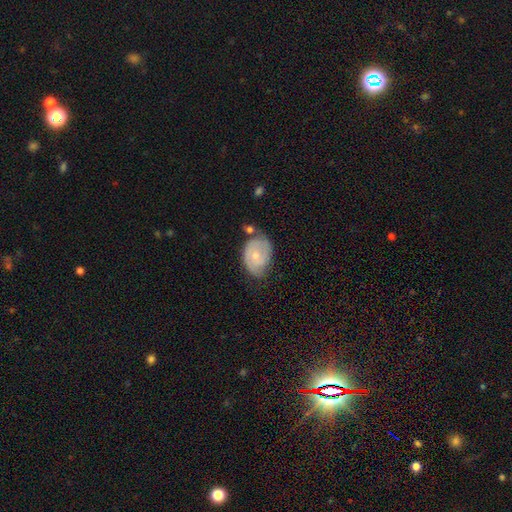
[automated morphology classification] A featured or disk galaxy (57%) with no bar (73%), spiral arms (81%) and a small central bulge (61%).

Vote fractions:
- Smooth or featured? featured or disk: 57% / smooth: 37% / star or artifact: 6%
- Edge-on disk? no: 97% / yes: 3%
- Bar? no: 73% / weak: 24% / strong: 3%
- Spiral arms? yes: 81% / no: 19%
- Bulge size? small: 61% / moderate: 35% / none: 2% / large: 1% / dominant: 1%
- Merging? none: 51% / minor disturbance: 30% / major disturbance: 10% / merger: 8%